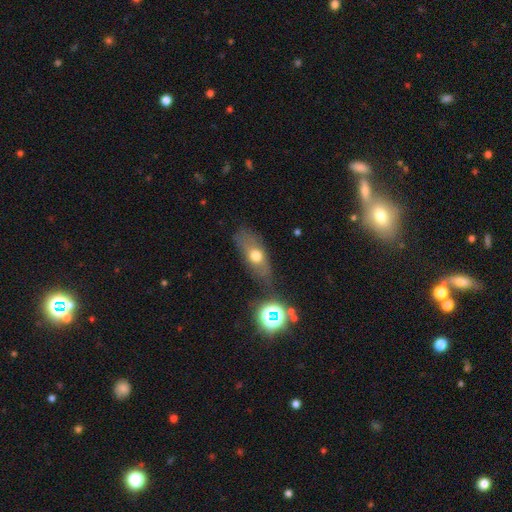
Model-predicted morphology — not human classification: smooth 55%, featured or disk 33%, star or artifact 12%. Down the decision tree: how rounded — in between (69%); merging — none (68%).